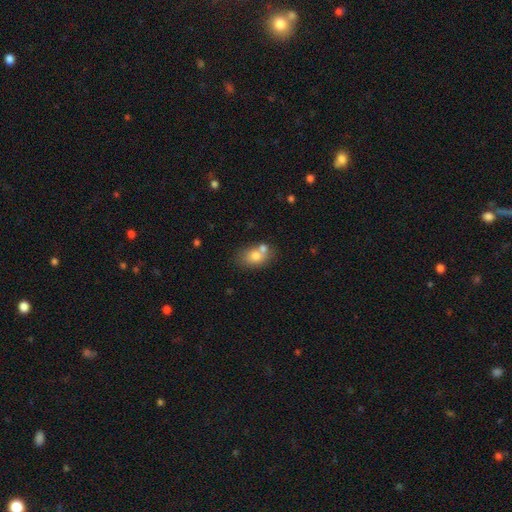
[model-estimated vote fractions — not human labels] A smooth galaxy with no disk features (75%) that is in between round and cigar-shaped (75%).

Vote fractions:
- Smooth or featured? smooth: 75% / featured or disk: 16% / star or artifact: 9%
- How rounded? in between: 75% / round: 24% / cigar-shaped: 1%
- Merging? none: 48% / merger: 33% / minor disturbance: 14% / major disturbance: 5%